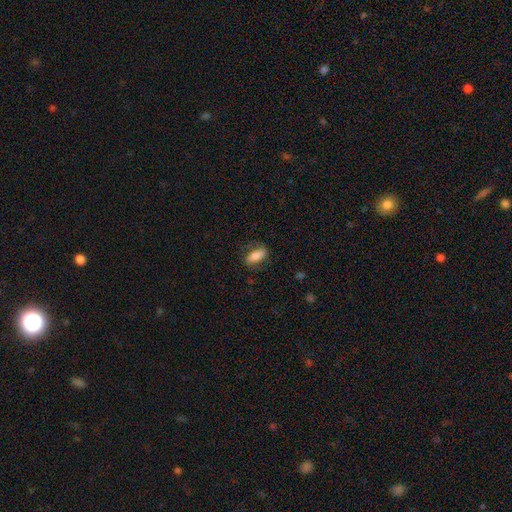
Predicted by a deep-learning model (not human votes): Smooth or featured: smooth — 66% (featured or disk — 27%)
How rounded: in between — 80% (cigar-shaped — 17%)
Merging: none — 70% (minor disturbance — 19%)